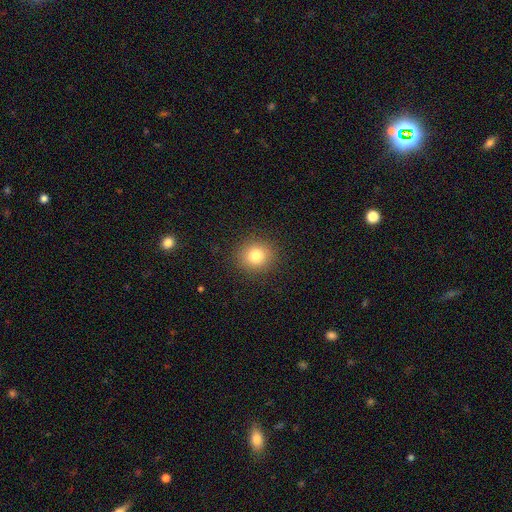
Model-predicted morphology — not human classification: Q: Smooth or featured?
A: smooth (80%); runner-up: star or artifact (12%)
Q: How rounded?
A: round (88%); runner-up: in between (11%)
Q: Merging?
A: none (91%); runner-up: minor disturbance (6%)